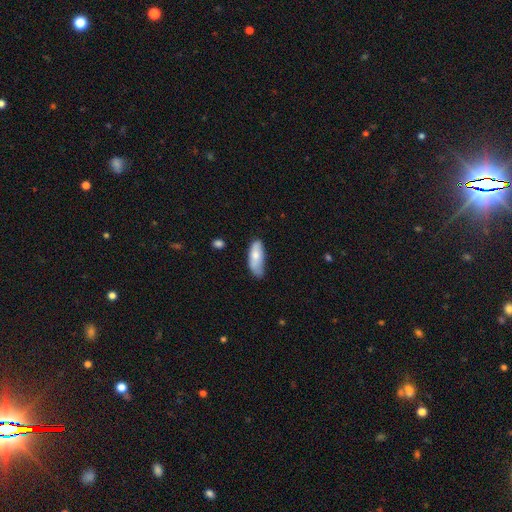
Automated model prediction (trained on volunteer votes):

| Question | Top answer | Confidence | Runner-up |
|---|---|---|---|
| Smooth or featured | smooth | 73% | featured or disk (21%) |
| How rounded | in between | 75% | cigar-shaped (23%) |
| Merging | none | 50% | minor disturbance (37%) |